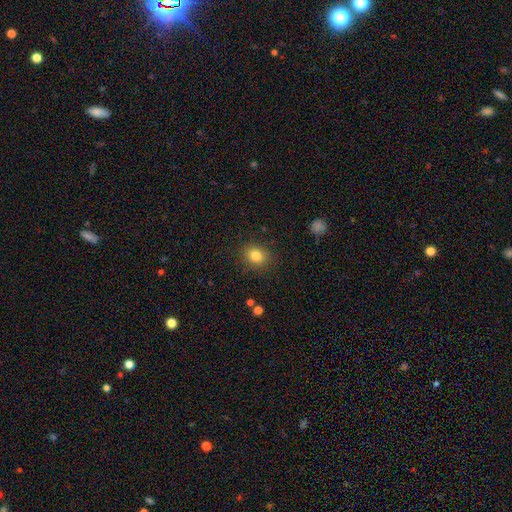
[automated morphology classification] Smooth or featured? smooth (83%)
How rounded? round (54%)
Merging? none (86%)